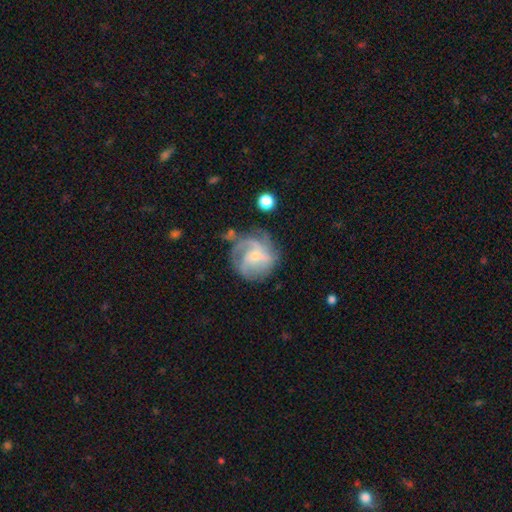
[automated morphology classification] featured or disk 76%, smooth 16%, star or artifact 8%. Down the decision tree: edge-on disk — no (98%); bar — no (52%); spiral arms — yes (91%); spiral arm count — 3 (36%); spiral winding — medium (44%); bulge size — small (65%); merging — none (59%).